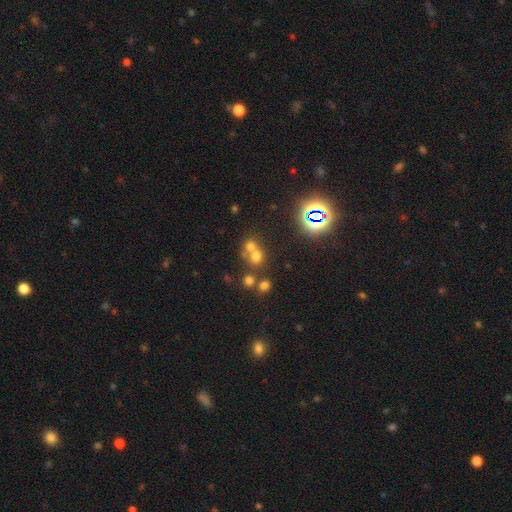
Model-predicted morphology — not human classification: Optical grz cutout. It shows a smooth galaxy with no disk features (60%) that is round (75%). Merging: merger (49%).